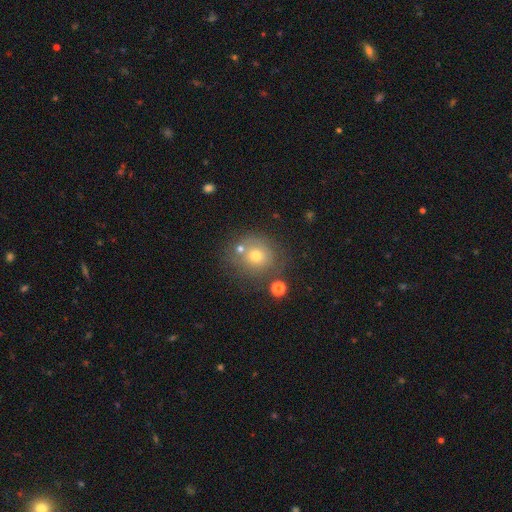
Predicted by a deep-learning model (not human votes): A smooth galaxy with no disk features (64%) that is round (86%). Merging: none (67%).